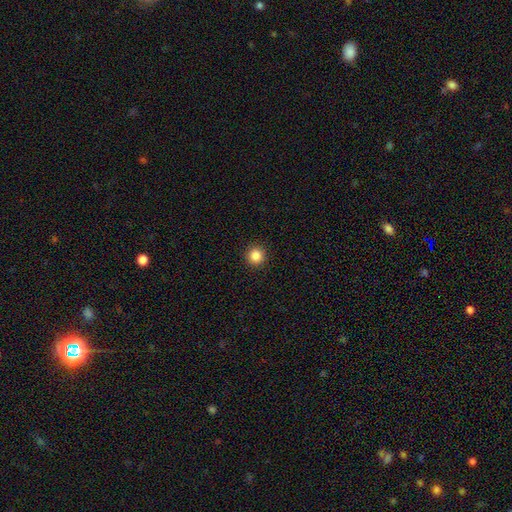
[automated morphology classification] Smooth or featured?
  - smooth: 85% *
  - star or artifact: 11%
  - featured or disk: 4%
How rounded?
  - round: 95% *
  - in between: 4%
  - cigar-shaped: 1%
Merging?
  - none: 93% *
  - minor disturbance: 4%
  - major disturbance: 2%
  - merger: 1%